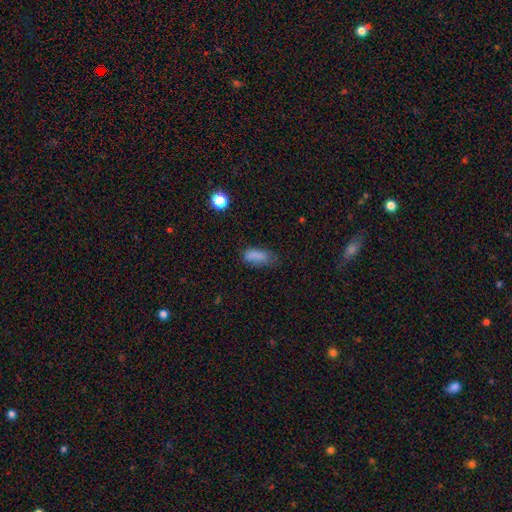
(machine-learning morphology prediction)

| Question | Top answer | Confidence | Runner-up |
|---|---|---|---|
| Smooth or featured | smooth | 79% | star or artifact (12%) |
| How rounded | in between | 77% | cigar-shaped (19%) |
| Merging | none | 48% | minor disturbance (32%) |